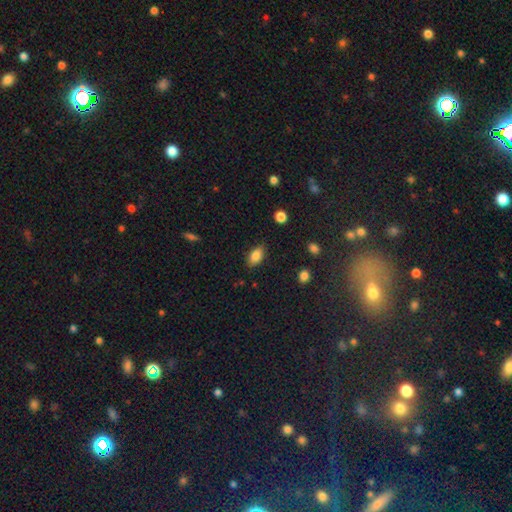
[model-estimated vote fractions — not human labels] A smooth galaxy with no disk features (84%) that is in between round and cigar-shaped (90%).

Vote fractions:
- Smooth or featured? smooth: 84% / star or artifact: 8% / featured or disk: 8%
- How rounded? in between: 90% / round: 5% / cigar-shaped: 4%
- Merging? none: 85% / minor disturbance: 11% / major disturbance: 3% / merger: 1%